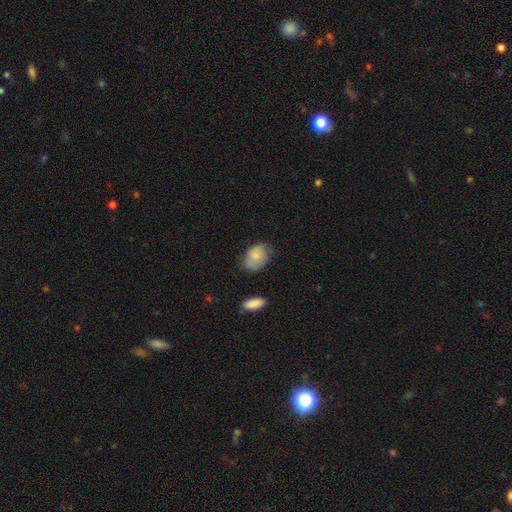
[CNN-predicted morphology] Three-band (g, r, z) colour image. It shows a smooth galaxy with no disk features (80%) that is in between round and cigar-shaped (75%). Merging: none (57%).